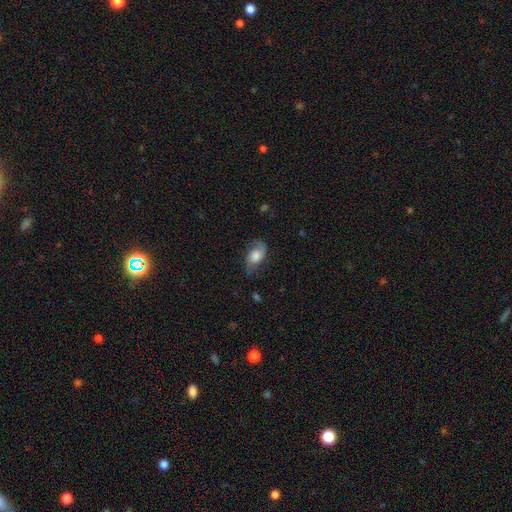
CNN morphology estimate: A featured or disk galaxy (55%) with no bar (69%), spiral arms (88%) and a large central bulge (44%).

Vote fractions:
- Smooth or featured? featured or disk: 55% / smooth: 37% / star or artifact: 8%
- Edge-on disk? no: 94% / yes: 6%
- Bar? no: 69% / weak: 26% / strong: 5%
- Spiral arms? yes: 88% / no: 12%
- Bulge size? large: 44% / moderate: 35% / small: 10% / dominant: 6% / none: 5%
- Merging? none: 65% / minor disturbance: 23% / major disturbance: 11% / merger: 1%